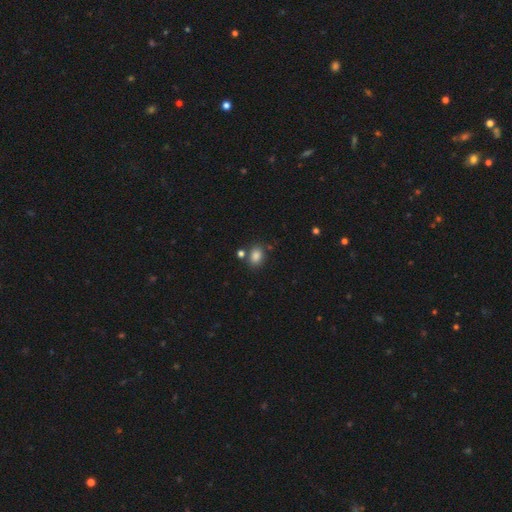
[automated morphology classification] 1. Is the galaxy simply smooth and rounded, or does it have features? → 84% smooth, 11% star or artifact, 5% featured or disk.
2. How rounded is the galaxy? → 65% in between, 33% round, 1% cigar-shaped.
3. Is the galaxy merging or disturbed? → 74% none, 12% minor disturbance, 11% merger, 4% major disturbance.